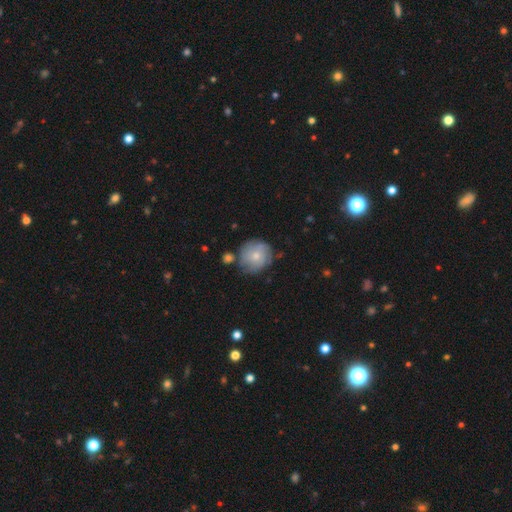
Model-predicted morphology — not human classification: smooth_or_featured: smooth (p=0.54) [alt: featured or disk p=0.38]
how_rounded: round (p=0.88) [alt: in between p=0.11]
merging: none (p=0.66) [alt: minor disturbance p=0.21]